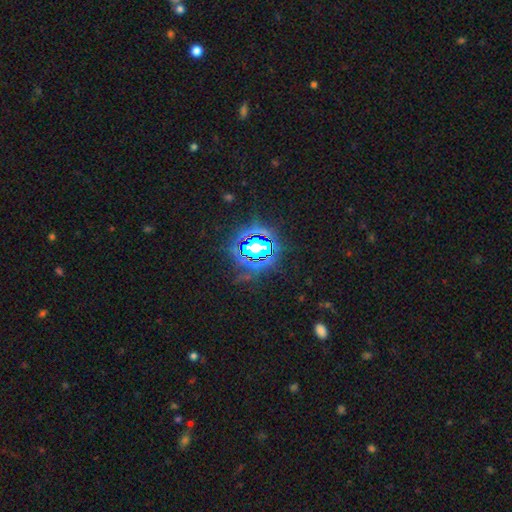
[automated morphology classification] This appears to be a star or artifact, not a galaxy (81%).